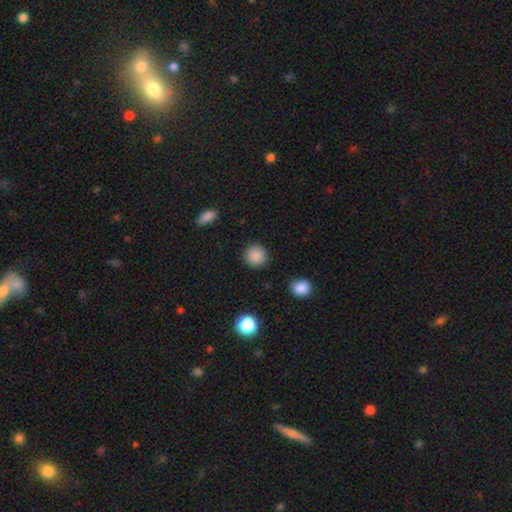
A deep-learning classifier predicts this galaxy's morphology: Smooth or featured? smooth (88%)
How rounded? round (94%)
Merging? none (90%)